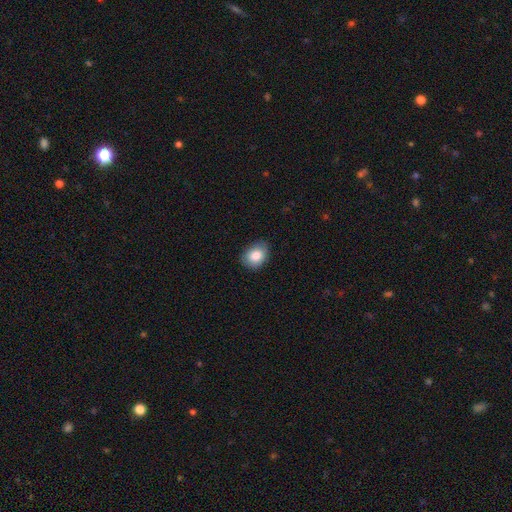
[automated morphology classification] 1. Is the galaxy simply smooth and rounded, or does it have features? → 85% smooth, 8% star or artifact, 7% featured or disk.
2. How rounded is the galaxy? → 61% in between, 38% round, 1% cigar-shaped.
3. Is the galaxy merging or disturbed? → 81% none, 15% minor disturbance, 3% major disturbance, 1% merger.